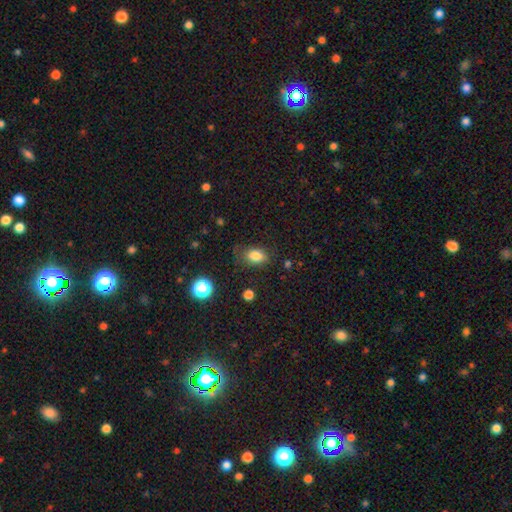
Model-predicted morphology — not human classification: The model was most divided on "merging": none: 75%, minor disturbance: 18%, major disturbance: 6%, merger: 2%. More confident: smooth or featured — smooth (82%); how rounded — in between (80%).